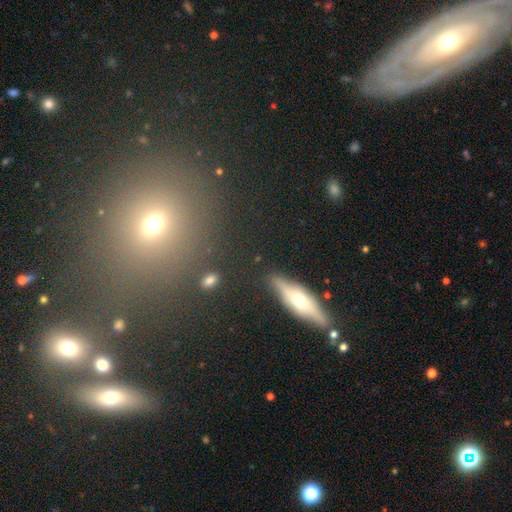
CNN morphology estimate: Smooth or featured: featured or disk — 48% (smooth — 29%)
Merging: none — 83% (minor disturbance — 10%)